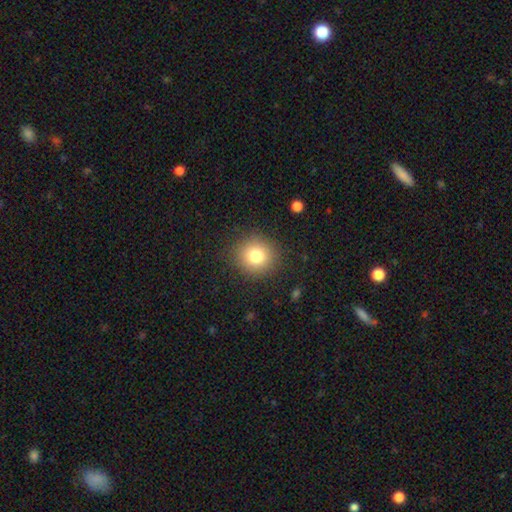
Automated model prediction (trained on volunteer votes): Smooth or featured?
  - smooth: 78% *
  - star or artifact: 12%
  - featured or disk: 9%
How rounded?
  - round: 88% *
  - in between: 11%
  - cigar-shaped: 1%
Merging?
  - none: 88% *
  - minor disturbance: 8%
  - major disturbance: 3%
  - merger: 1%